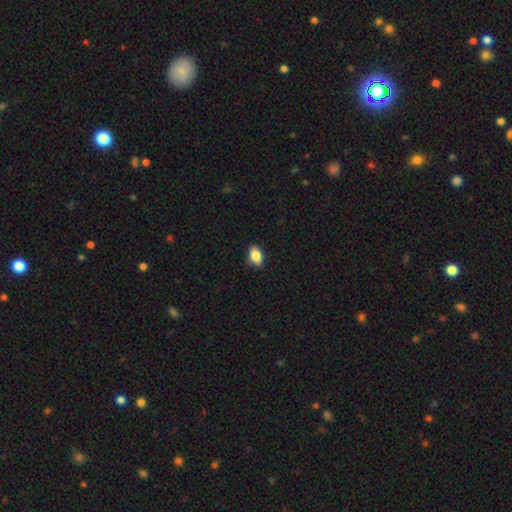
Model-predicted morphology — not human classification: Smooth or featured: smooth — 84% (star or artifact — 8%)
How rounded: in between — 86% (round — 11%)
Merging: none — 86% (minor disturbance — 11%)